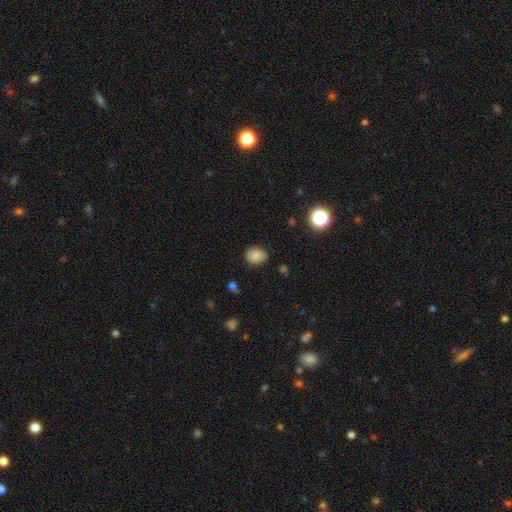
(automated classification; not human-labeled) smooth 77%, featured or disk 13%, star or artifact 10%. Down the decision tree: how rounded — in between (50%); merging — none (76%).